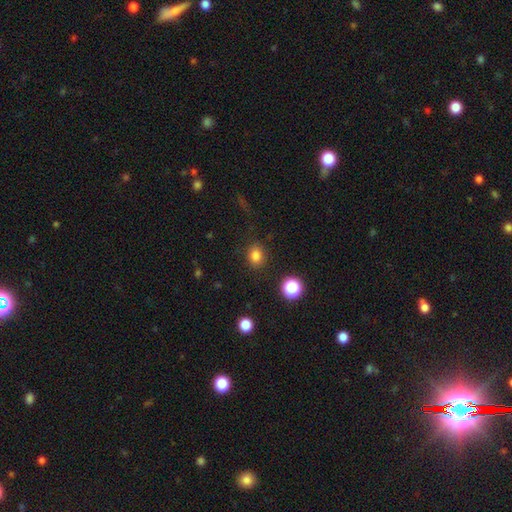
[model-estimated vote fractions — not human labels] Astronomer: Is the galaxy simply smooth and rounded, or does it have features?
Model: smooth — 81%.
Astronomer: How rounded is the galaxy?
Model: round — 61% (runner-up: in between, 38%).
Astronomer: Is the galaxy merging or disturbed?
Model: none — 86%.